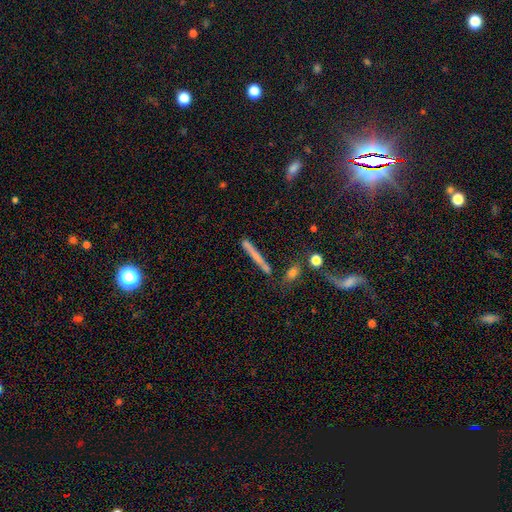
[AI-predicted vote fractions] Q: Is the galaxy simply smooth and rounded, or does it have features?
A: smooth — 50%.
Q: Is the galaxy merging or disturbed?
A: none — 74%.